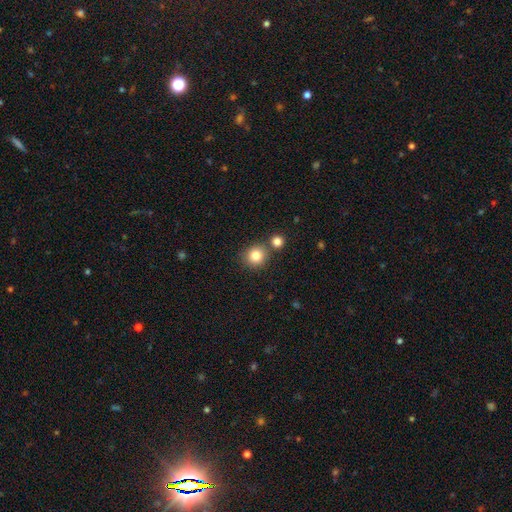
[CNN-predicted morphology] This is clearly a smooth galaxy (83%). How rounded: clearly round (87%). Merging: likely none (73%).